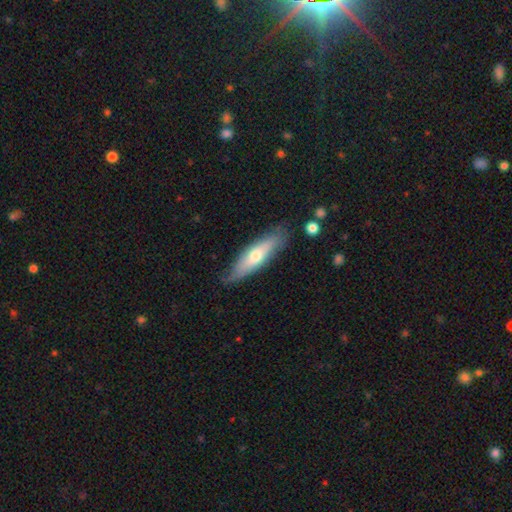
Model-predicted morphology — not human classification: Smooth or featured? Predicted: smooth (p=0.53). How rounded? Predicted: cigar-shaped (p=0.65). Merging? Predicted: none (p=0.77).